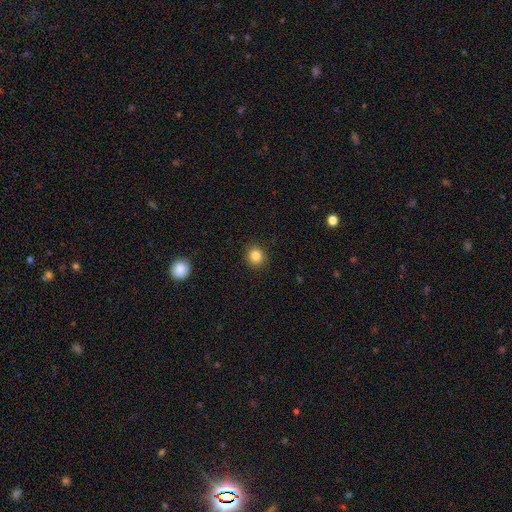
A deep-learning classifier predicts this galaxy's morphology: Overall: smooth (85%). How rounded: round (88%). Merging: none (90%).